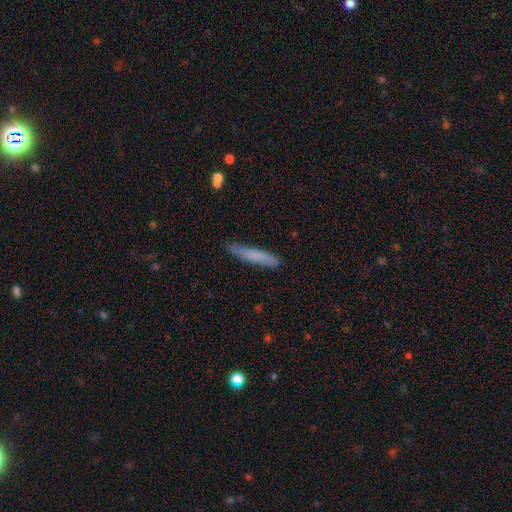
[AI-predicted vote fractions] The model was most divided on "smooth or featured": smooth: 76%, featured or disk: 18%, star or artifact: 6%. More confident: how rounded — cigar-shaped (92%); merging — none (78%).